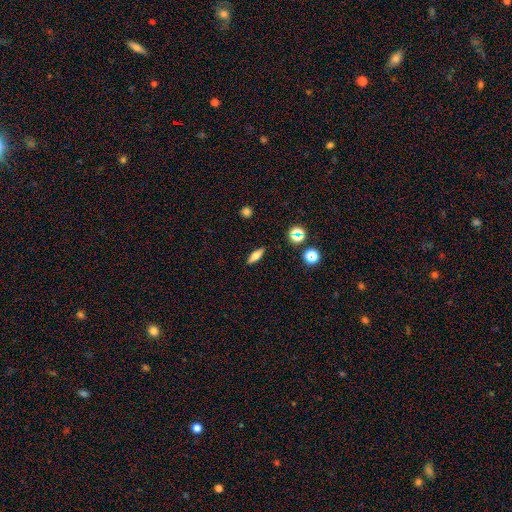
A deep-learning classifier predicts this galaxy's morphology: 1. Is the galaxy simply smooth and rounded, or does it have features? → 64% smooth, 25% featured or disk, 11% star or artifact.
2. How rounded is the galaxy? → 53% in between, 42% cigar-shaped, 5% round.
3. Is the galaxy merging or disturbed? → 89% none, 7% minor disturbance, 2% major disturbance, 1% merger.